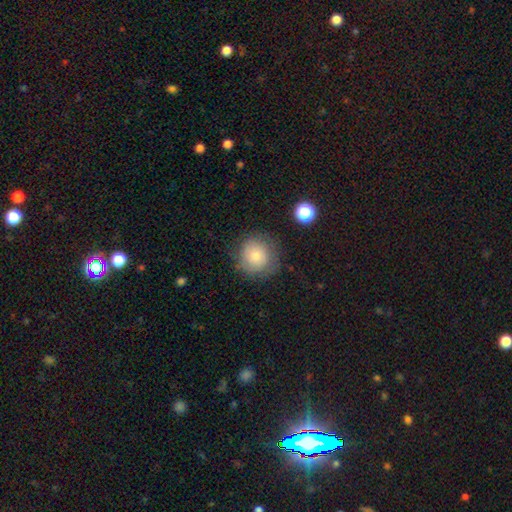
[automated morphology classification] smooth_or_featured: smooth (p=0.79) [alt: featured or disk p=0.12]
how_rounded: round (p=0.92) [alt: in between p=0.07]
merging: none (p=0.74) [alt: minor disturbance p=0.18]